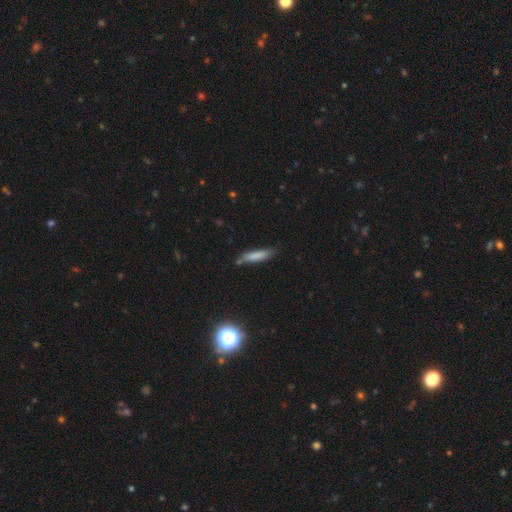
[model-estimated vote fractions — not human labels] Morphology: type=smooth (77%); roundness=cigar-shaped (82%); merging=none (71%).